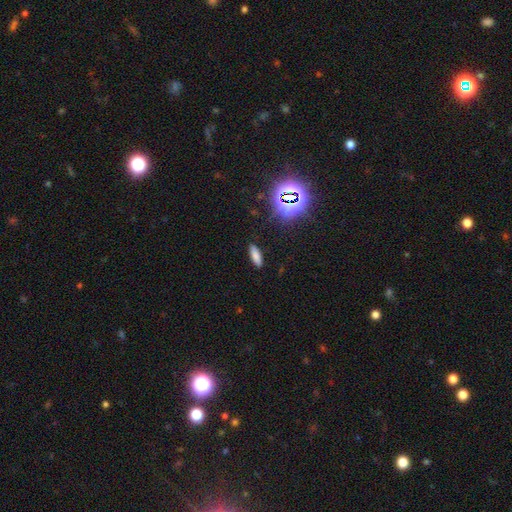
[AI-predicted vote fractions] smooth_or_featured: smooth (p=0.75) [alt: star or artifact p=0.16]
how_rounded: in between (p=0.55) [alt: cigar-shaped p=0.42]
merging: none (p=0.88) [alt: minor disturbance p=0.08]